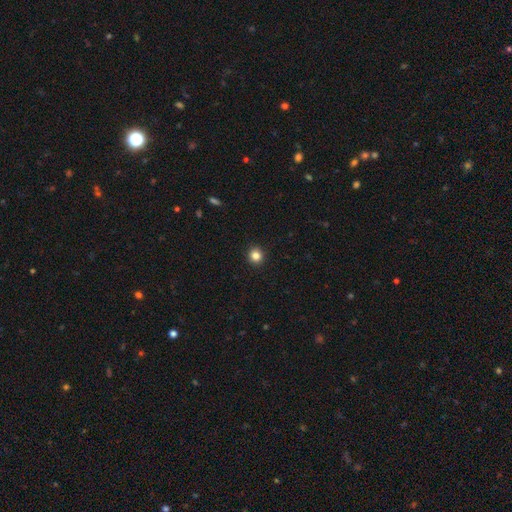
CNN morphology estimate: smooth-or-featured: smooth: 84% | star or artifact: 12% | featured or disk: 5%
  how-rounded: round: 92% | in between: 7% | cigar-shaped: 1%
  merging: none: 93% | minor disturbance: 5% | major disturbance: 1% | merger: 1%